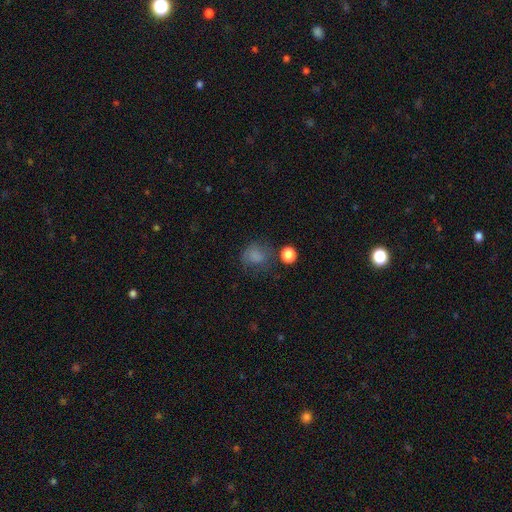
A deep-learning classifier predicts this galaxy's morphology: Smooth or featured: smooth — 74% (star or artifact — 15%)
How rounded: round — 70% (in between — 29%)
Merging: none — 56% (minor disturbance — 23%)